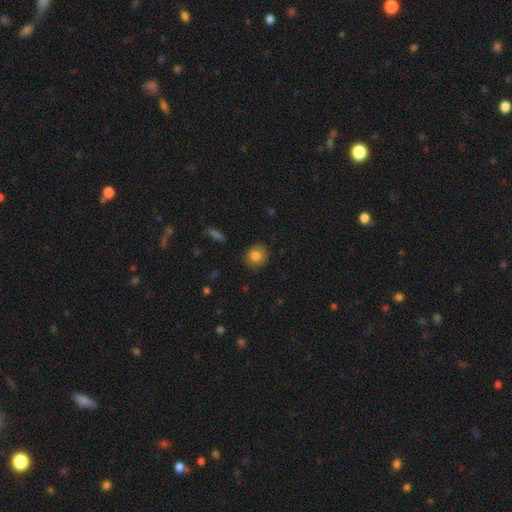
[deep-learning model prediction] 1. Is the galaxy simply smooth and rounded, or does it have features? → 82% smooth, 9% star or artifact, 9% featured or disk.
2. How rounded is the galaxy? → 83% round, 16% in between, 1% cigar-shaped.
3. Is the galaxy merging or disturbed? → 87% none, 10% minor disturbance, 2% major disturbance, 1% merger.